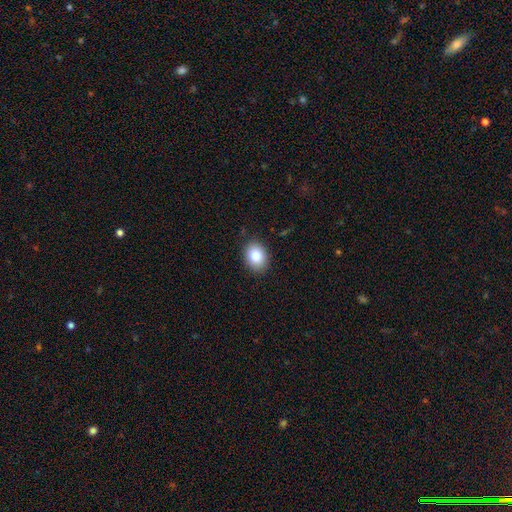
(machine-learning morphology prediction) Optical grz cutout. It shows a smooth galaxy with no disk features (82%) that is in between round and cigar-shaped (60%). Merging: none (87%).